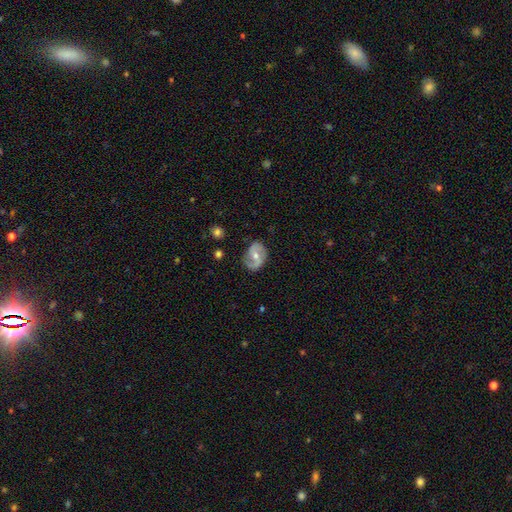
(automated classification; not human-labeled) The model was most divided on "bar": weak: 43%, no: 39%, strong: 18%. Remaining: edge-on disk — no (97%); spiral arms — yes (86%); spiral arm count — 2 (83%); smooth or featured — featured or disk (72%); merging — none (72%); bulge size — moderate (62%); spiral winding — medium (44%).